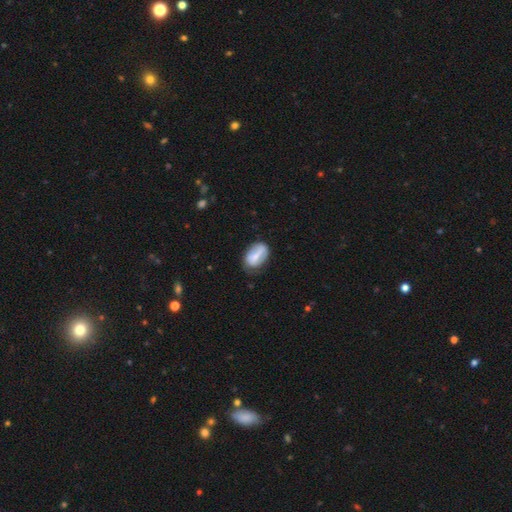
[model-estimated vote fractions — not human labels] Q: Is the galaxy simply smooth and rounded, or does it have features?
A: smooth — 54%.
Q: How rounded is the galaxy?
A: in between — 87%.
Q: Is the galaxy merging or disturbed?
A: none — 63%.